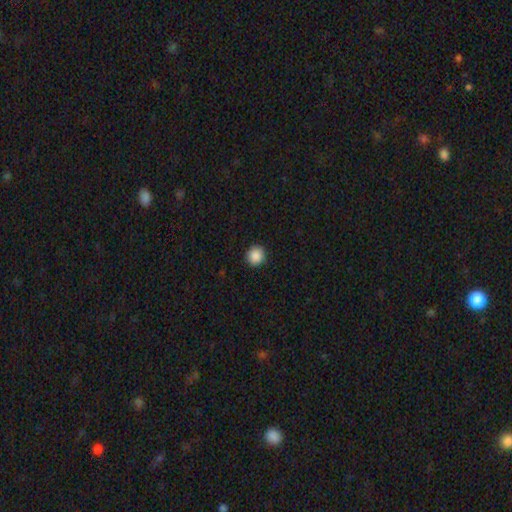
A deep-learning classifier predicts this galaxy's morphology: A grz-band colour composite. It shows a smooth galaxy with no disk features (88%) that is round (93%). Merging: none (91%).